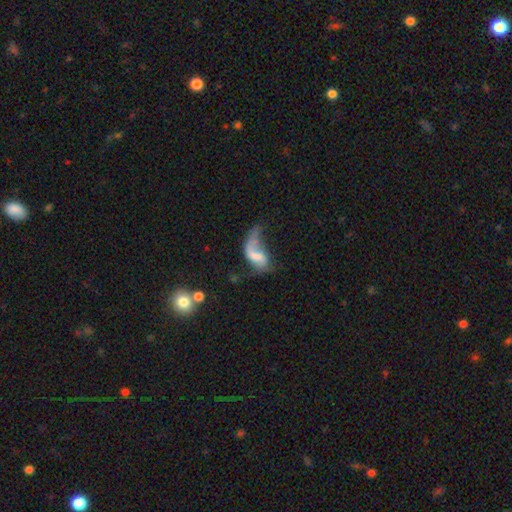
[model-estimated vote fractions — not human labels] Overall: featured or disk (57%; smooth 34%). Edge-on disk: no (96%). Bar: no (41%; weak 40%). Spiral arms: yes (73%). Bulge size: none (39%; small 28%). Merging: major disturbance (51%; none 21%).